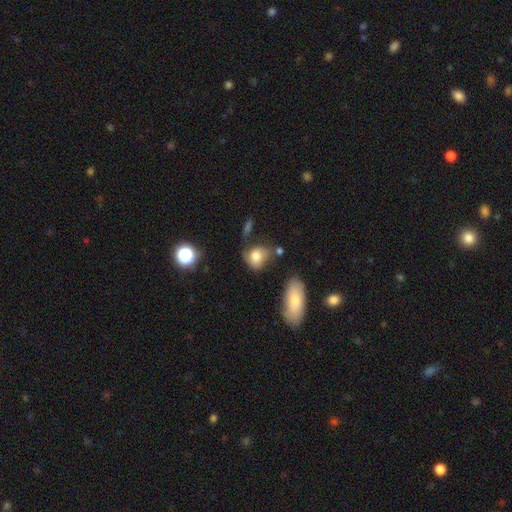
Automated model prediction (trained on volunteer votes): smooth_or_featured: smooth (p=0.73) [alt: featured or disk p=0.17]
how_rounded: in between (p=0.51) [alt: round p=0.48]
merging: none (p=0.42) [alt: minor disturbance p=0.30]